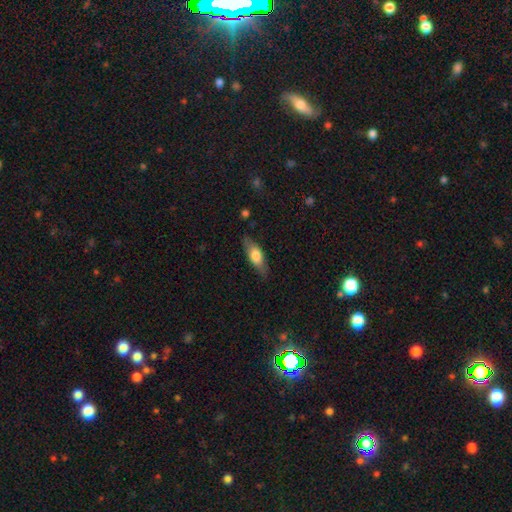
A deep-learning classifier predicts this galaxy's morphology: The model was most divided on "how rounded": in between: 62%, cigar-shaped: 35%, round: 3%. More confident: merging — none (78%); smooth or featured — smooth (64%).